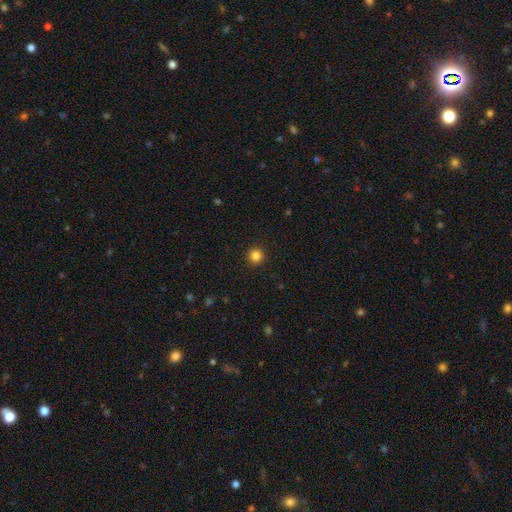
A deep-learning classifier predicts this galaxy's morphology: Smooth or featured? Predicted: smooth (p=0.84). How rounded? Predicted: round (p=0.95). Merging? Predicted: none (p=0.93).